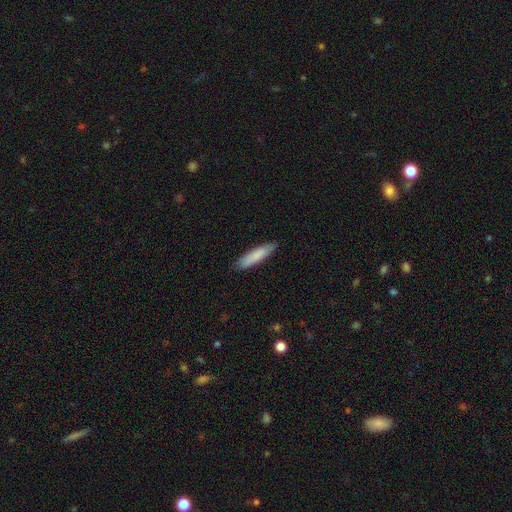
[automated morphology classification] Smooth or featured?
  - smooth: 81% *
  - featured or disk: 13%
  - star or artifact: 5%
How rounded?
  - cigar-shaped: 76% *
  - in between: 22%
  - round: 1%
Merging?
  - none: 85% *
  - minor disturbance: 12%
  - major disturbance: 2%
  - merger: 1%